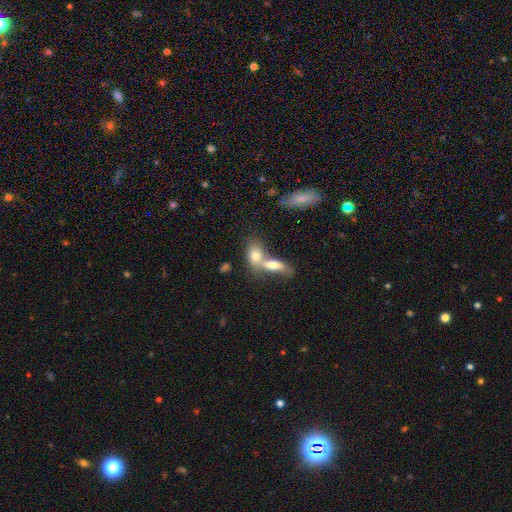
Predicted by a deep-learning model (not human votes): A smooth galaxy with no disk features (75%) that is in between round and cigar-shaped (76%). Merging: merger (66%).